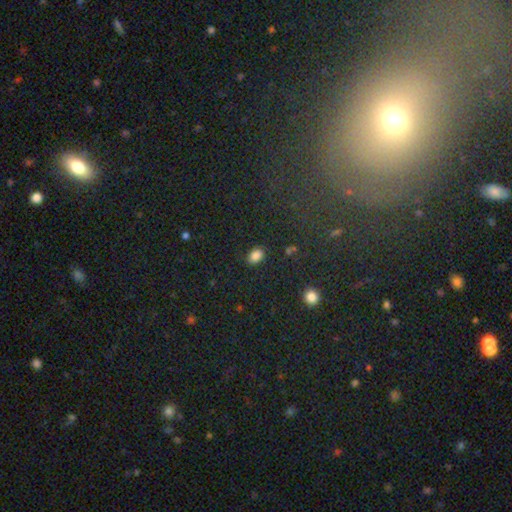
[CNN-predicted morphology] A smooth galaxy with no disk features (85%) that is in between round and cigar-shaped (83%).

Vote fractions:
- Smooth or featured? smooth: 85% / star or artifact: 11% / featured or disk: 5%
- How rounded? in between: 83% / round: 16% / cigar-shaped: 1%
- Merging? none: 87% / minor disturbance: 9% / major disturbance: 3% / merger: 1%